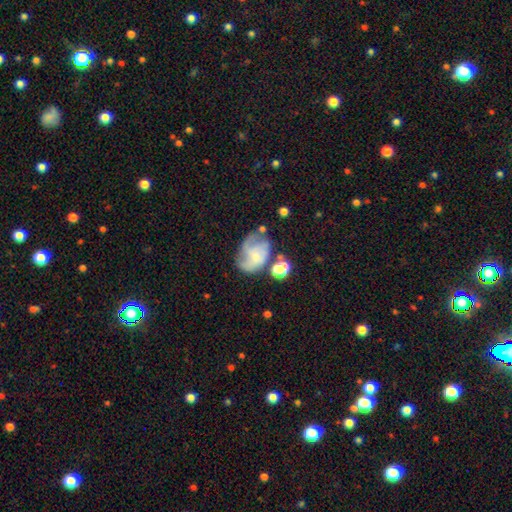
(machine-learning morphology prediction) smooth-or-featured: featured or disk: 54% | smooth: 36% | star or artifact: 10%
  disk-edge-on: no: 98% | yes: 2%
    bar: no: 74% | weak: 22% | strong: 4%
    has-spiral-arms: yes: 73% | no: 27%
    bulge-size: small: 56% | none: 20% | moderate: 19% | large: 3% | dominant: 2%
  merging: none: 37% | minor disturbance: 26% | major disturbance: 25% | merger: 13%